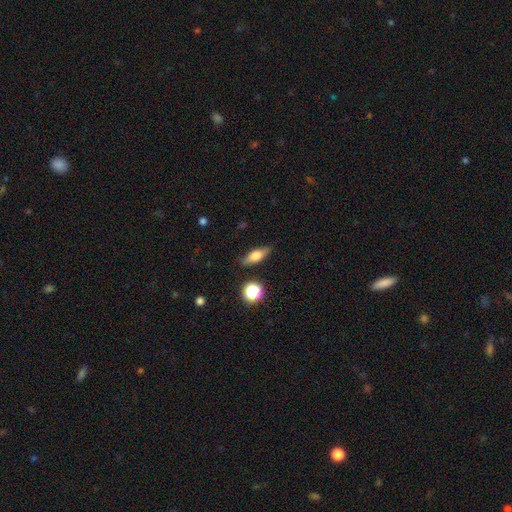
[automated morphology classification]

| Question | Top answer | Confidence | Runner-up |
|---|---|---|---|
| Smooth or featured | smooth | 63% | featured or disk (28%) |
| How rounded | in between | 60% | cigar-shaped (33%) |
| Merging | none | 84% | minor disturbance (11%) |